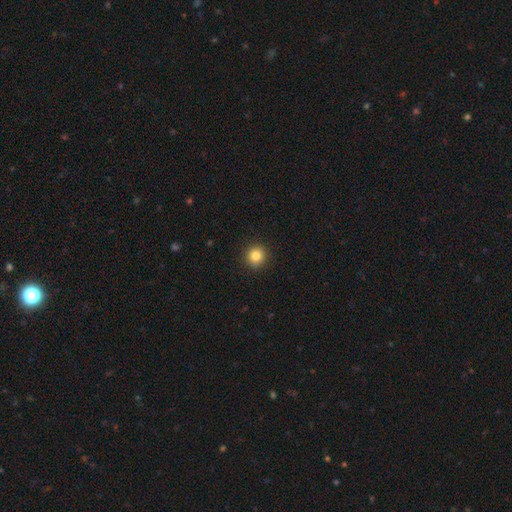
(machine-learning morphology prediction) Smooth or featured? Predicted: smooth (p=0.84). How rounded? Predicted: round (p=0.93). Merging? Predicted: none (p=0.92).